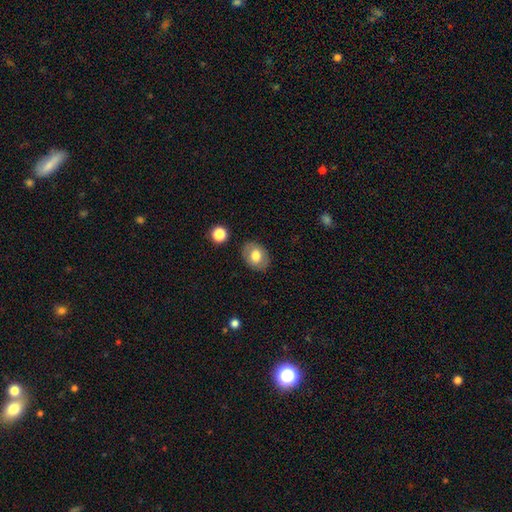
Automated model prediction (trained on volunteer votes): A smooth galaxy with no disk features (70%) that is in between round and cigar-shaped (61%). Merging: none (84%).